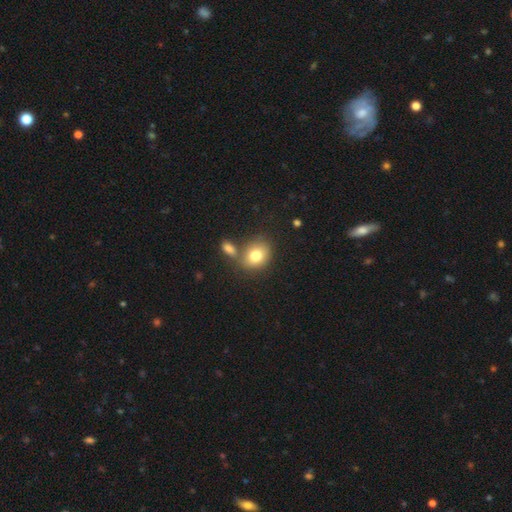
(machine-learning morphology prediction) smooth 80%, featured or disk 11%, star or artifact 9%. Down the decision tree: how rounded — round (53%); merging — none (56%).